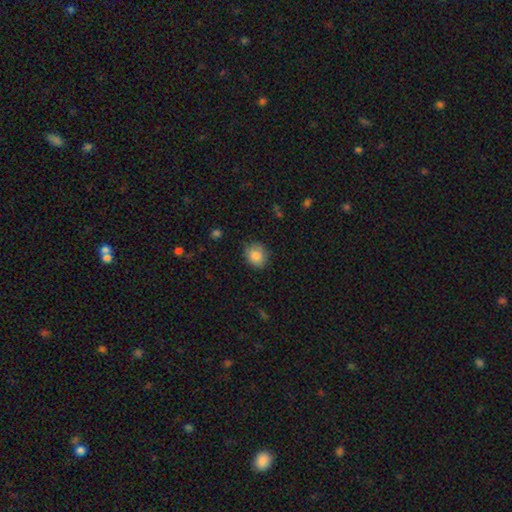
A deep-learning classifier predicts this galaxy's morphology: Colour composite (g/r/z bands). It shows a smooth galaxy with no disk features (85%) that is round (71%). Merging: none (82%).